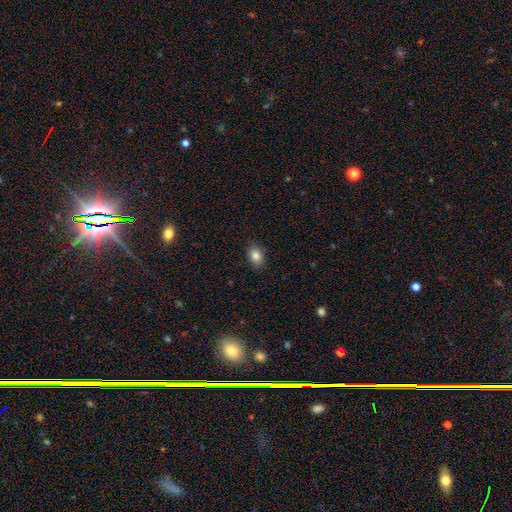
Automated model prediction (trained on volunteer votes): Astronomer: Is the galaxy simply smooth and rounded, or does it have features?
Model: smooth — 85%.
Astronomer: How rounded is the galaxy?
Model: in between — 78%.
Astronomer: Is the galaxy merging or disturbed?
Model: none — 86%.